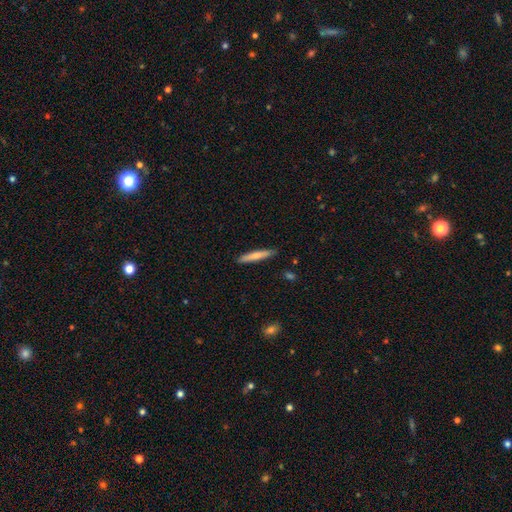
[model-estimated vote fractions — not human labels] Smooth or featured? smooth (75%)
How rounded? cigar-shaped (93%)
Merging? none (89%)